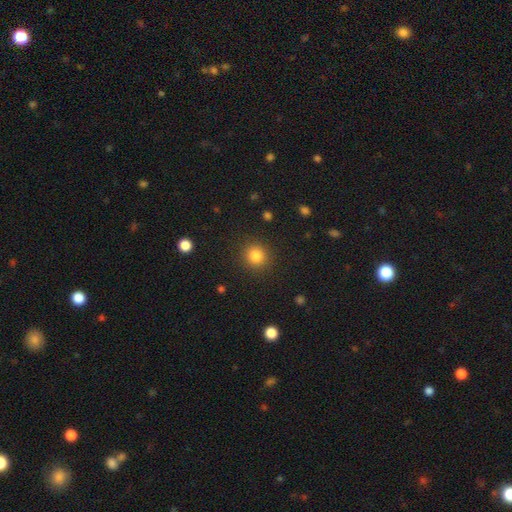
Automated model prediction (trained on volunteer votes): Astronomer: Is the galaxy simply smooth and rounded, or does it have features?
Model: smooth — 84%.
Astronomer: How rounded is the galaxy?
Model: round — 90%.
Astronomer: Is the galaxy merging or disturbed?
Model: none — 90%.